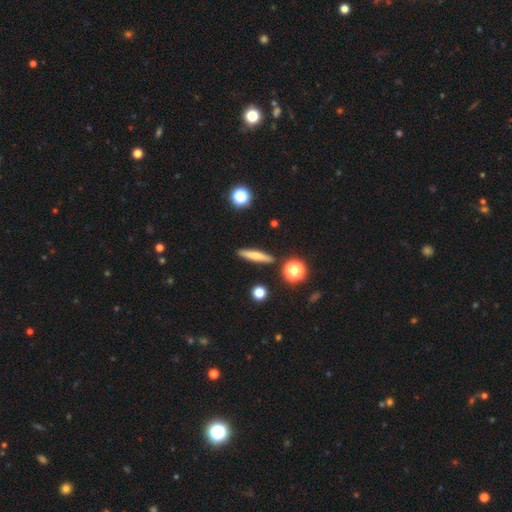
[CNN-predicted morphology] Smooth or featured? Predicted: smooth (p=0.61). How rounded? Predicted: cigar-shaped (p=0.86). Merging? Predicted: none (p=0.89).